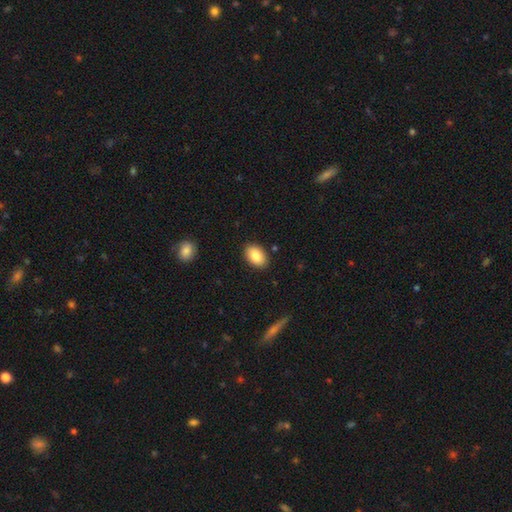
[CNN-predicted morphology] Overall: smooth (85%). How rounded: in between (87%). Merging: none (89%).